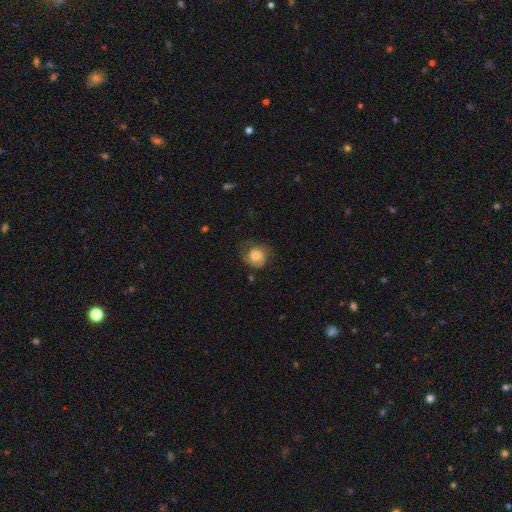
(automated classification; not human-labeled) This appears to be a smooth galaxy with no disk features (59%) that is round (74%). Merging: none (52%).